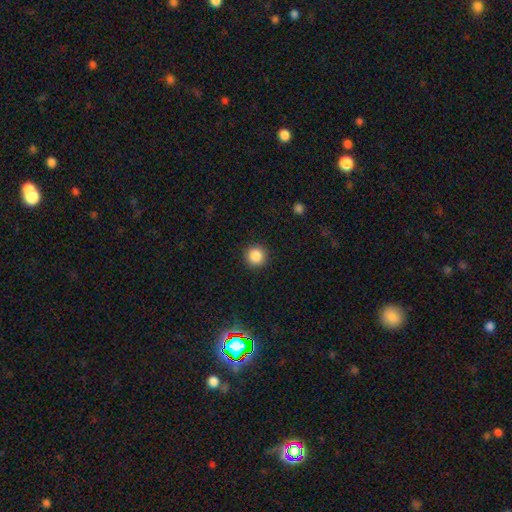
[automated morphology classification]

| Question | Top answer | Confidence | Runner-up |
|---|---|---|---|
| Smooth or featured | smooth | 87% | star or artifact (10%) |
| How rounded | round | 94% | in between (5%) |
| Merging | none | 91% | minor disturbance (6%) |